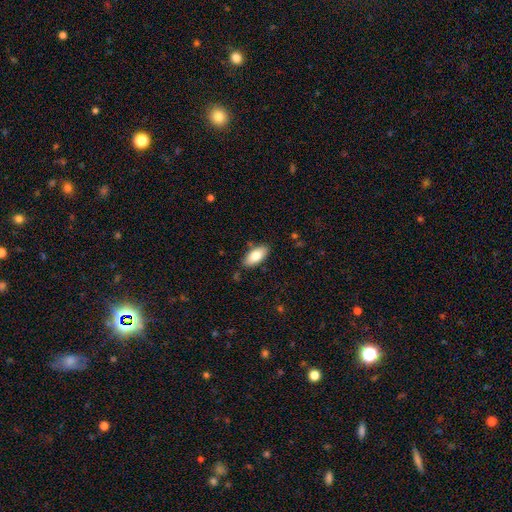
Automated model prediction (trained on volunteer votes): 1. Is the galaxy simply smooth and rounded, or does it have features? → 80% smooth, 14% featured or disk, 7% star or artifact.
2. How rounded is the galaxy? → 89% in between, 8% cigar-shaped, 2% round.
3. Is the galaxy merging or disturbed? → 84% none, 12% minor disturbance, 2% major disturbance, 2% merger.